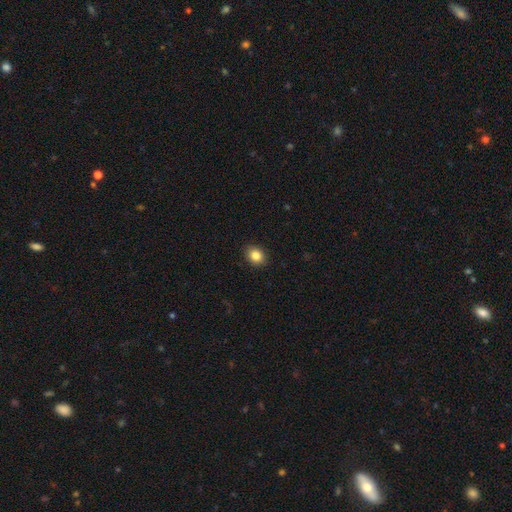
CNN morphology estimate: This appears to be a smooth galaxy with no disk features (85%) that is round (54%). Merging: none (90%).